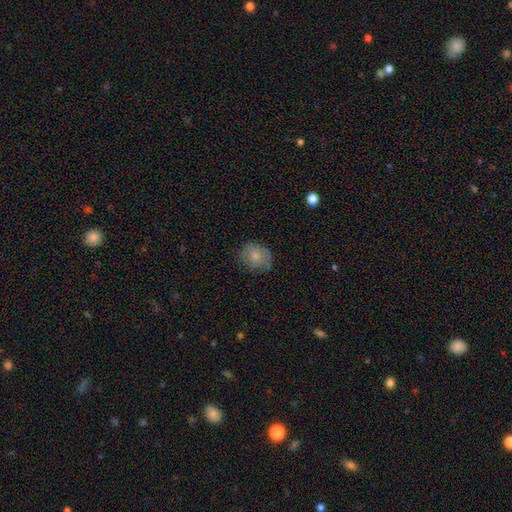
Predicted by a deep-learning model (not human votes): Smooth or featured? smooth (68%)
How rounded? round (67%)
Merging? none (62%)